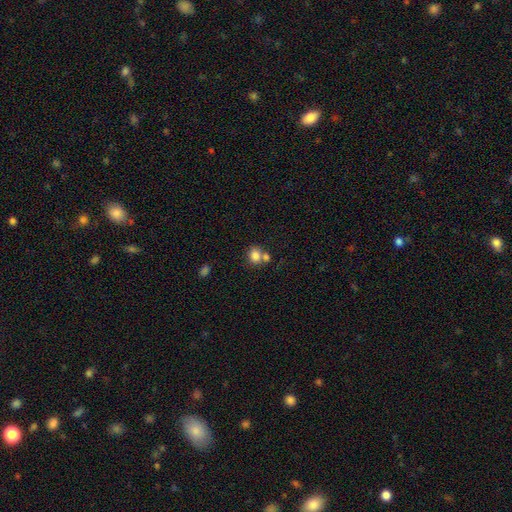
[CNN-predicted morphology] Smooth or featured? Predicted: smooth (p=0.82). How rounded? Predicted: round (p=0.60). Merging? Predicted: none (p=0.47).